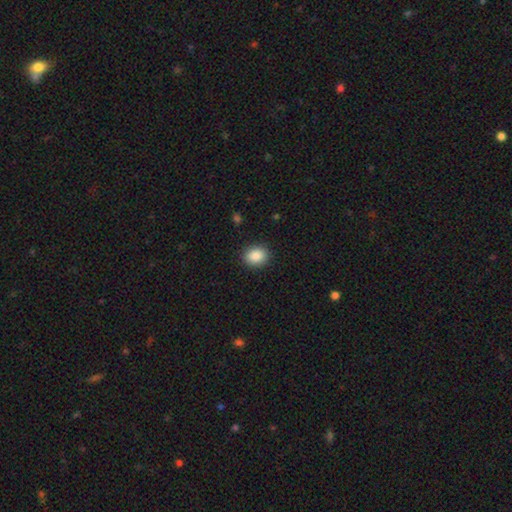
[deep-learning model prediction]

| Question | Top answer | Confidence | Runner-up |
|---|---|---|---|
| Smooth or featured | smooth | 88% | star or artifact (8%) |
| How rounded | round | 53% | in between (46%) |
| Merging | none | 90% | minor disturbance (7%) |